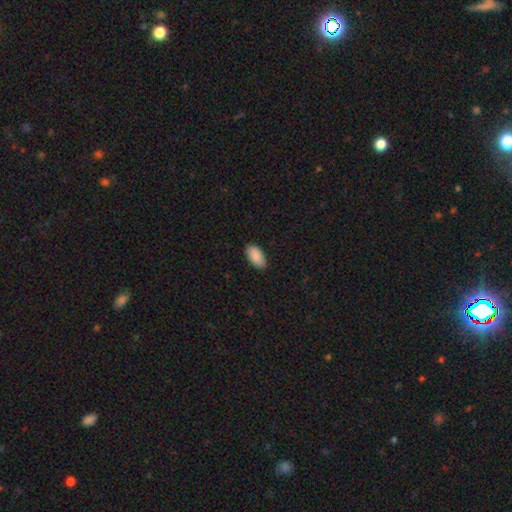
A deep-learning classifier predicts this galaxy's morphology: type=smooth (90%); roundness=in between (95%); merging=none (88%).